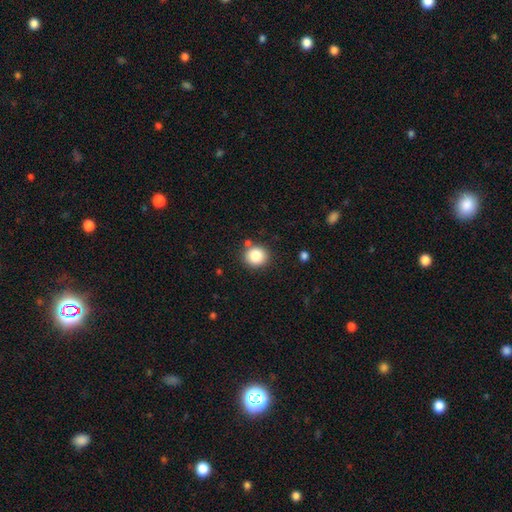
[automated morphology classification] This appears to be a smooth galaxy with no disk features (84%) that is round (87%). Merging: none (83%).